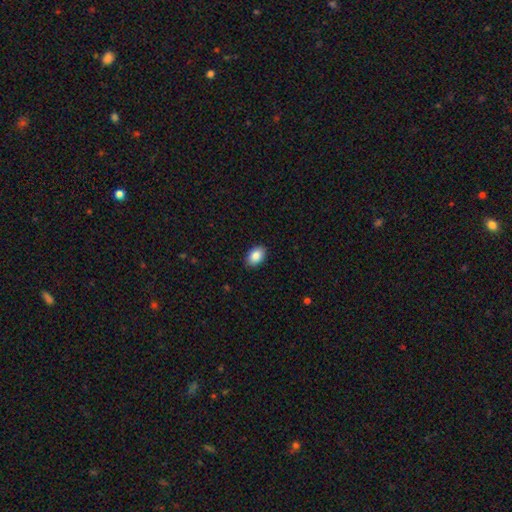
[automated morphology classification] smooth-or-featured: smooth: 87% | star or artifact: 7% | featured or disk: 6%
  how-rounded: in between: 88% | round: 11% | cigar-shaped: 1%
  merging: none: 90% | minor disturbance: 8% | major disturbance: 2% | merger: 1%